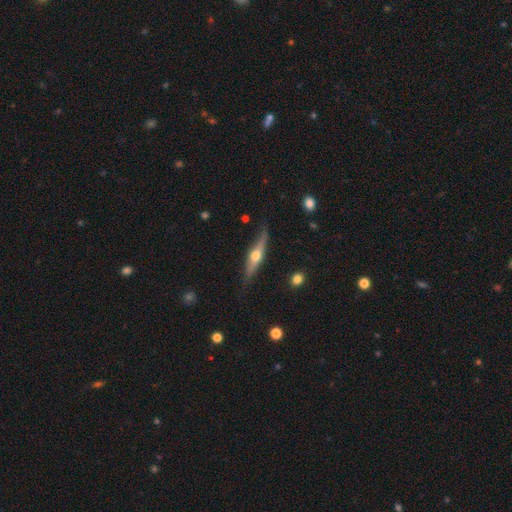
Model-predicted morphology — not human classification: This is likely a featured or disk galaxy (67%). It is clearly viewed edge-on (95%). Edge-on bulge: clearly rounded (94%). Merging: clearly none (82%).